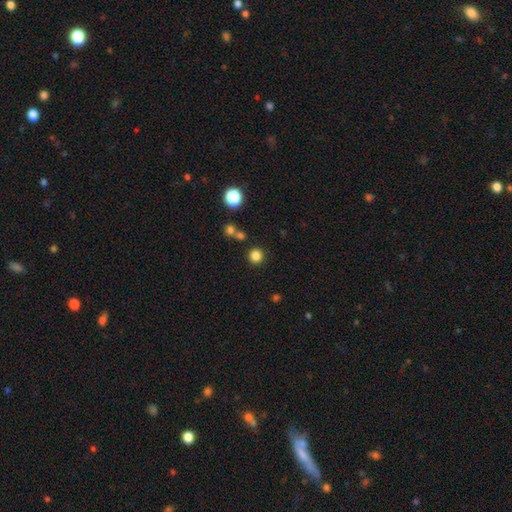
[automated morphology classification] smooth_or_featured: smooth (p=0.82) [alt: star or artifact p=0.14]
how_rounded: round (p=0.93) [alt: in between p=0.06]
merging: none (p=0.84) [alt: merger p=0.07]